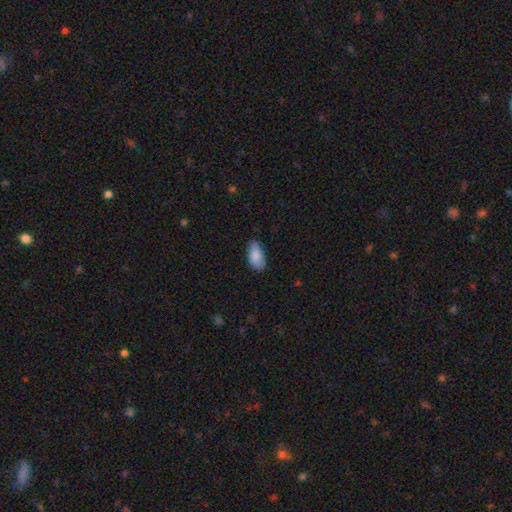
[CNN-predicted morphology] The model was most divided on "merging": none: 73%, minor disturbance: 22%, major disturbance: 3%, merger: 1%. More confident: how rounded — in between (92%); smooth or featured — smooth (85%).